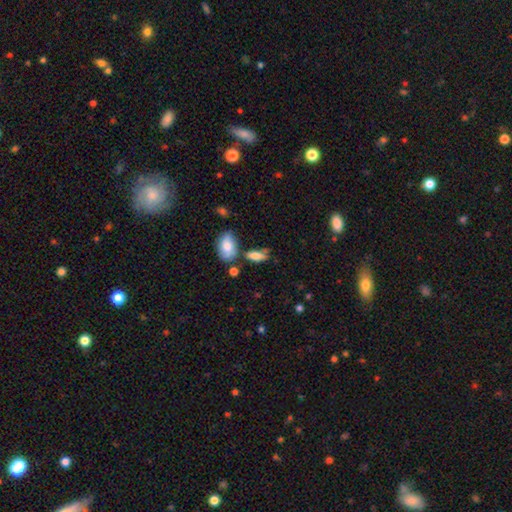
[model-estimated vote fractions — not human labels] Smooth or featured: smooth — 79% (featured or disk — 13%)
How rounded: in between — 78% (cigar-shaped — 17%)
Merging: none — 51% (minor disturbance — 25%)